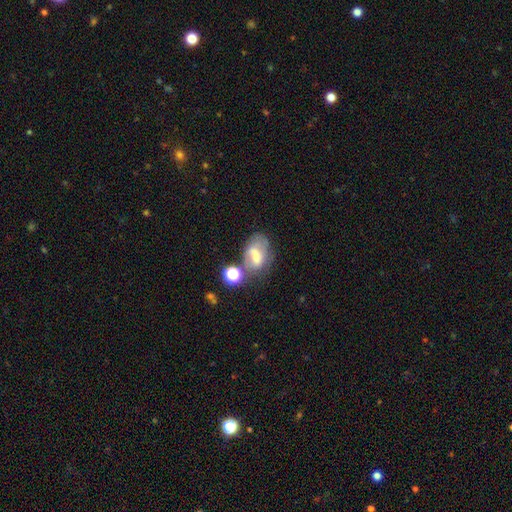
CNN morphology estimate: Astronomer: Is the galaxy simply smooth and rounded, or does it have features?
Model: smooth — 45% (runner-up: featured or disk, 42%).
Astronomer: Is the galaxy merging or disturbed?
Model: none — 36% (runner-up: minor disturbance, 24%).